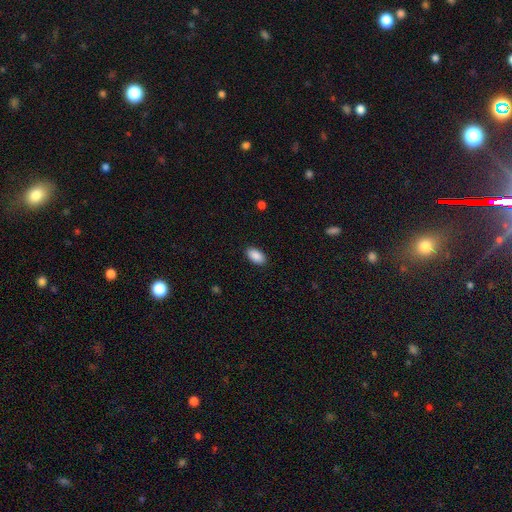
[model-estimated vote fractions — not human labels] Smooth or featured? smooth (90%)
How rounded? in between (94%)
Merging? none (89%)